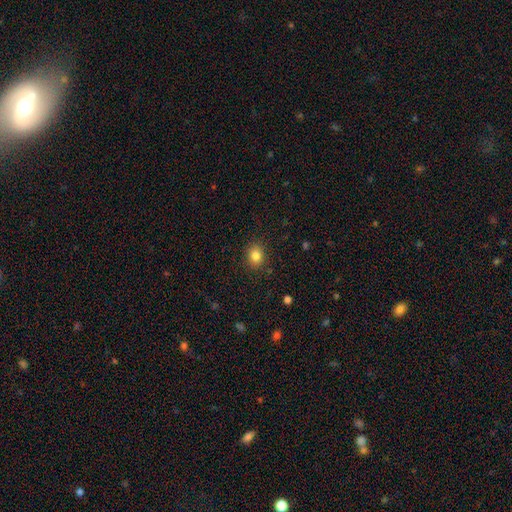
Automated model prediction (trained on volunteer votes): smooth-or-featured: smooth: 83% | star or artifact: 11% | featured or disk: 6%
  how-rounded: round: 59% | in between: 40% | cigar-shaped: 1%
  merging: none: 88% | minor disturbance: 8% | major disturbance: 2% | merger: 1%